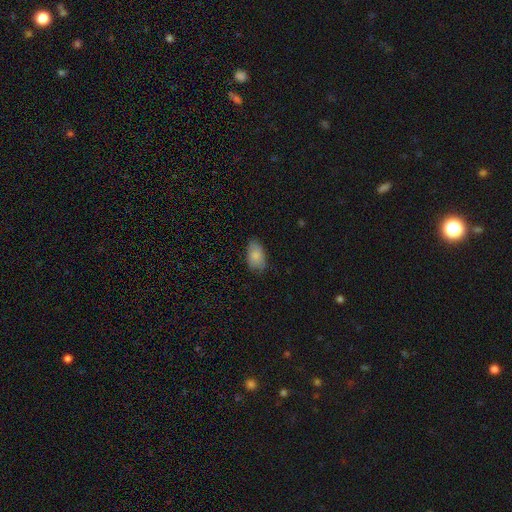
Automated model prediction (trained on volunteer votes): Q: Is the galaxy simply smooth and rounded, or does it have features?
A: smooth — 84%.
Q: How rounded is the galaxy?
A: in between — 93%.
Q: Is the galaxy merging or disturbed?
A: none — 77%.